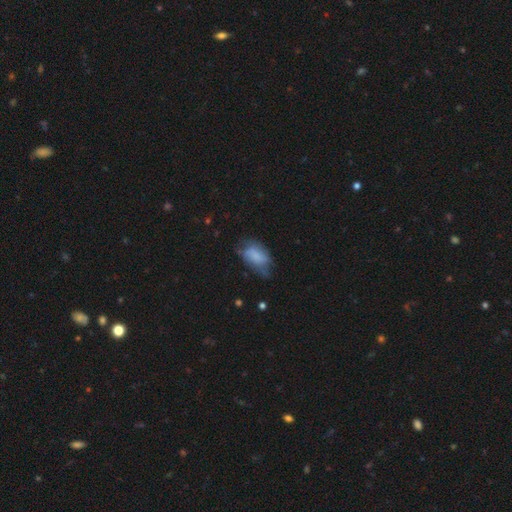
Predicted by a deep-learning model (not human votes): Overall: smooth (67%). How rounded: in between (91%). Merging: none (41%; minor disturbance 36%).